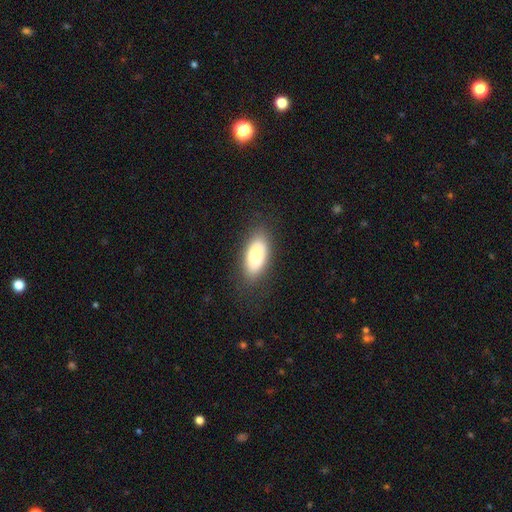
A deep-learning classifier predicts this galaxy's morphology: Smooth or featured: smooth — 80% (featured or disk — 13%)
How rounded: in between — 89% (cigar-shaped — 8%)
Merging: none — 82% (minor disturbance — 13%)